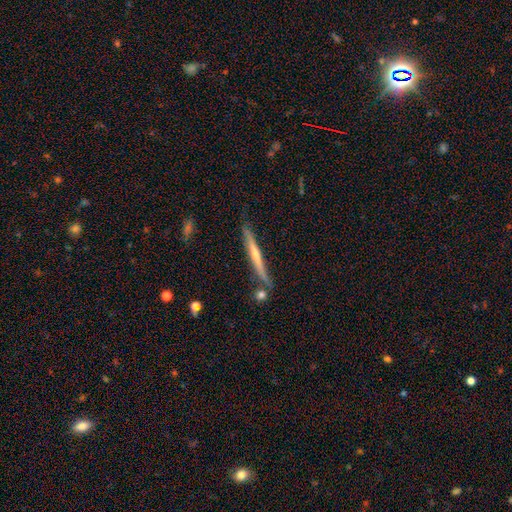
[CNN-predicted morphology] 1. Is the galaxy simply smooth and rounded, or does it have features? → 61% featured or disk, 33% smooth, 6% star or artifact.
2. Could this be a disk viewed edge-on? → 97% yes, 3% no.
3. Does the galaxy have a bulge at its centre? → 49% none, 44% rounded, 7% boxy.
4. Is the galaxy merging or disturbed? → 82% none, 12% minor disturbance, 4% merger, 2% major disturbance.